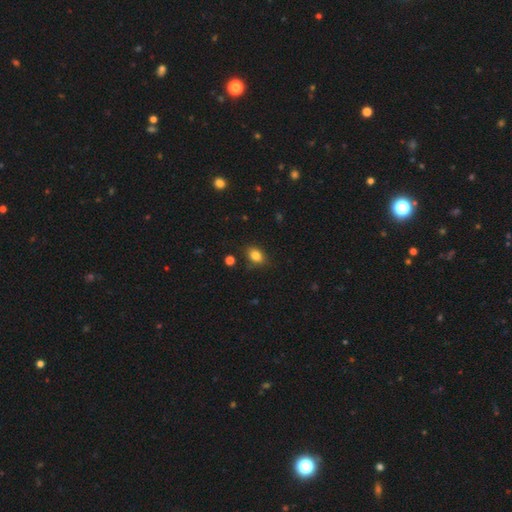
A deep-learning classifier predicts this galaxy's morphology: smooth_or_featured: smooth (p=0.83) [alt: star or artifact p=0.11]
how_rounded: in between (p=0.71) [alt: round p=0.28]
merging: none (p=0.81) [alt: minor disturbance p=0.14]